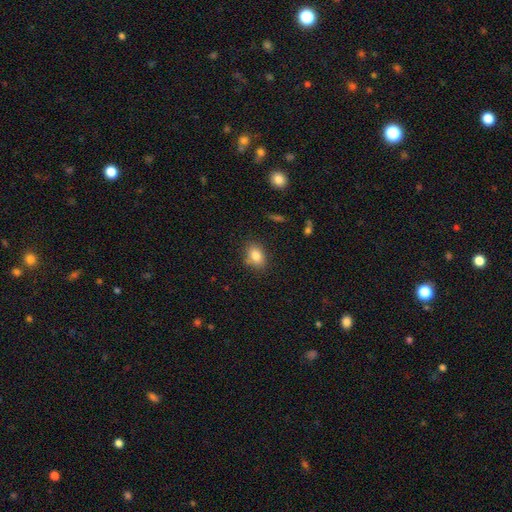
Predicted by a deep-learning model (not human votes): smooth_or_featured: smooth (p=0.83) [alt: star or artifact p=0.09]
how_rounded: in between (p=0.73) [alt: round p=0.26]
merging: none (p=0.79) [alt: minor disturbance p=0.14]